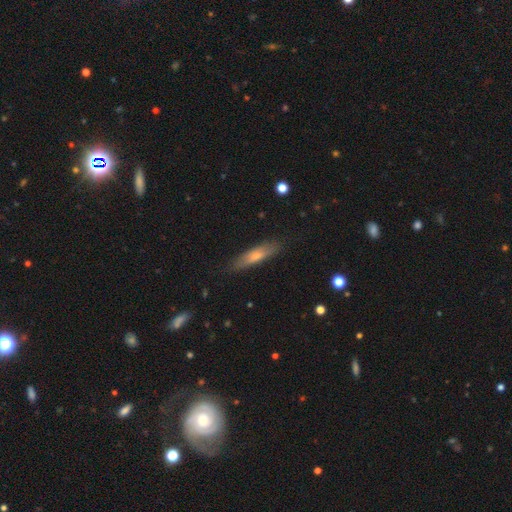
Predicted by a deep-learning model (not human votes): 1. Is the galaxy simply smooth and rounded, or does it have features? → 57% smooth, 36% featured or disk, 7% star or artifact.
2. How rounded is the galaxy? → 78% cigar-shaped, 20% in between, 2% round.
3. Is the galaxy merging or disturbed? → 85% none, 12% minor disturbance, 2% major disturbance, 1% merger.